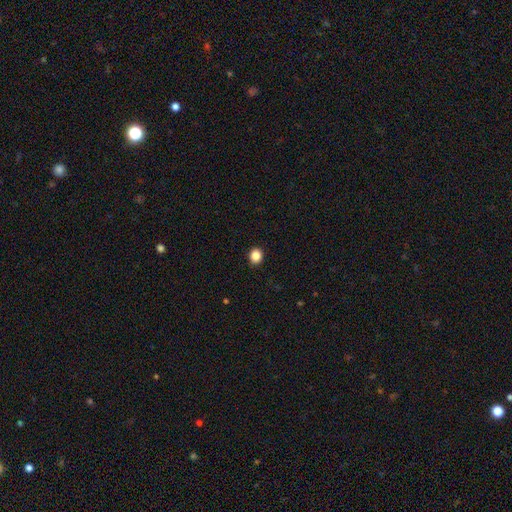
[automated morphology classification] smooth_or_featured: smooth (p=0.86) [alt: star or artifact p=0.11]
how_rounded: round (p=0.78) [alt: in between p=0.21]
merging: none (p=0.92) [alt: minor disturbance p=0.06]